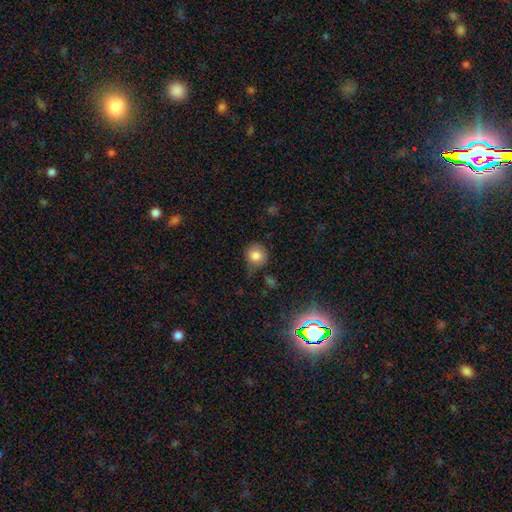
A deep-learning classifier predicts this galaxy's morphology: A smooth galaxy with no disk features (81%) that is round (87%). Merging: none (63%).